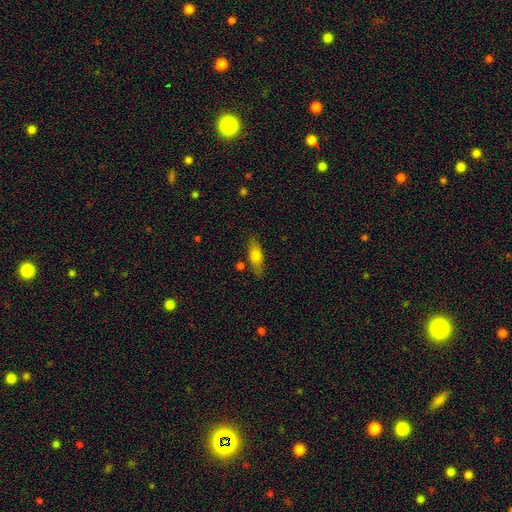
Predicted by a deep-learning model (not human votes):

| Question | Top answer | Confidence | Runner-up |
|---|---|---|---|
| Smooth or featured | smooth | 69% | featured or disk (23%) |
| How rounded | in between | 63% | cigar-shaped (34%) |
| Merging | none | 77% | minor disturbance (14%) |